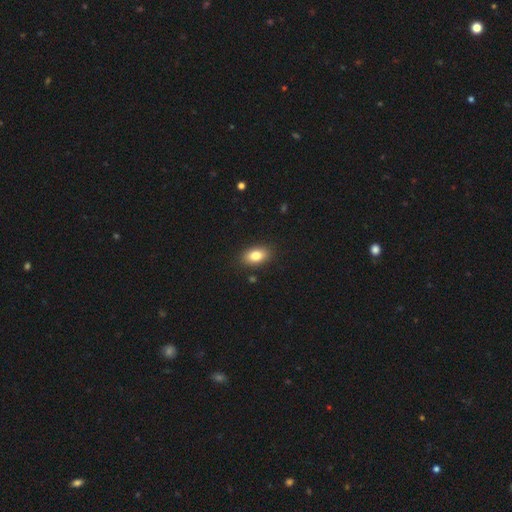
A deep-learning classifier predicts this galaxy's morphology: This appears to be a smooth galaxy with no disk features (82%) that is in between round and cigar-shaped (88%). Merging: none (88%).